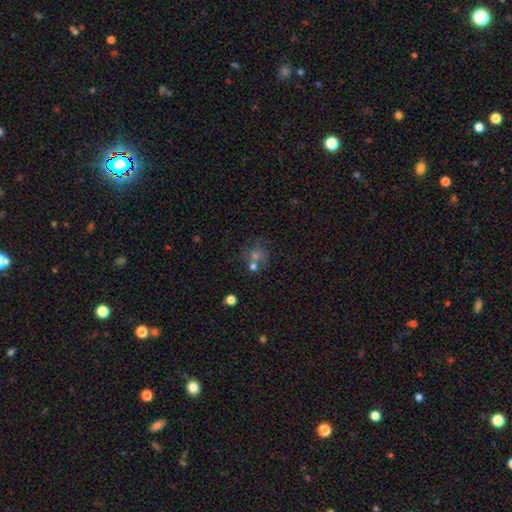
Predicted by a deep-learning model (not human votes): A smooth galaxy with no disk features (45%).

Vote fractions:
- Smooth or featured? smooth: 45% / star or artifact: 30% / featured or disk: 25%
- Merging? none: 58% / merger: 19% / minor disturbance: 14% / major disturbance: 9%